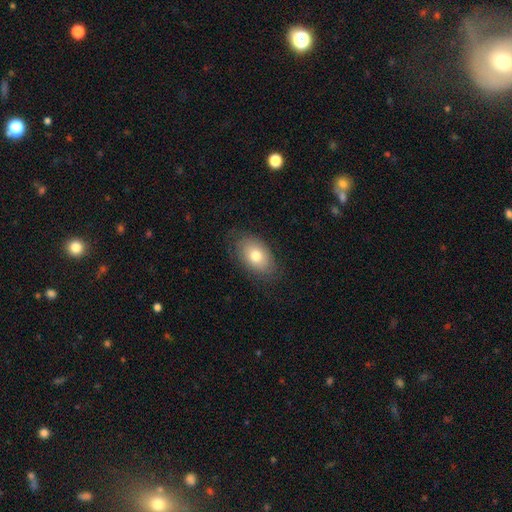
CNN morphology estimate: The model was most divided on "smooth or featured": smooth: 70%, featured or disk: 22%, star or artifact: 8%. More confident: how rounded — in between (89%); merging — none (77%).